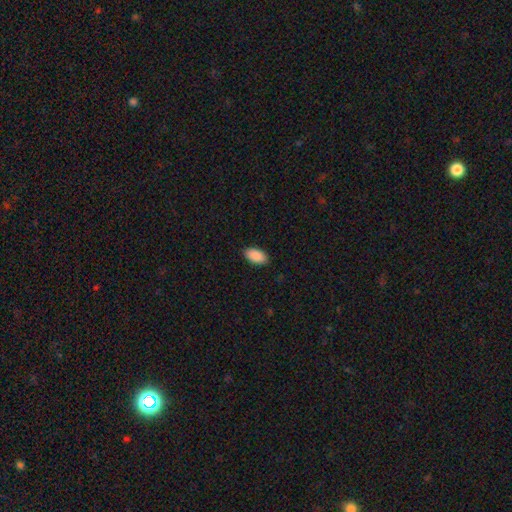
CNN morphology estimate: This appears to be a smooth galaxy with no disk features (90%) that is in between round and cigar-shaped (95%). Merging: none (89%).